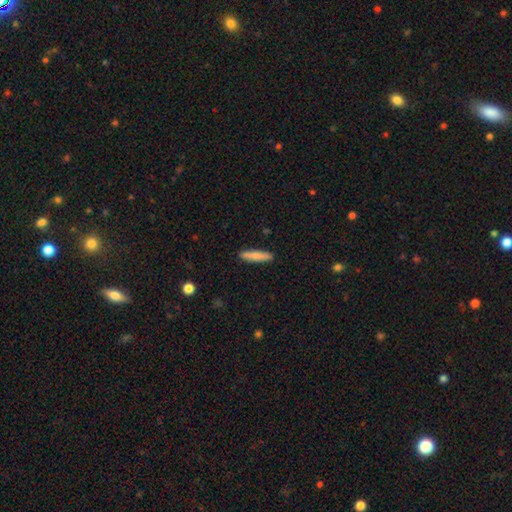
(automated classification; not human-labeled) Smooth or featured: smooth — 79% (featured or disk — 15%)
How rounded: cigar-shaped — 85% (in between — 13%)
Merging: none — 90% (minor disturbance — 7%)